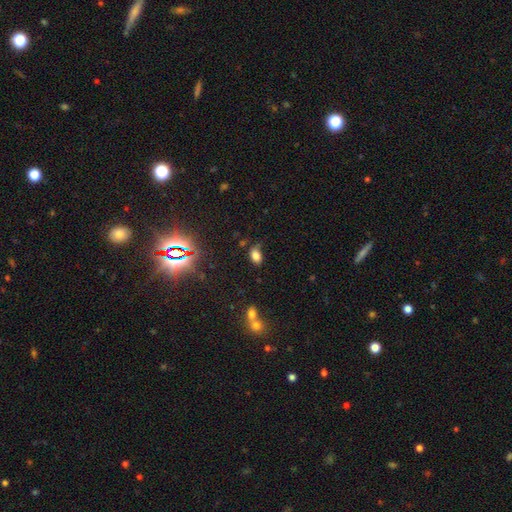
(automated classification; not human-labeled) Smooth or featured? Predicted: smooth (p=0.76). How rounded? Predicted: in between (p=0.86). Merging? Predicted: none (p=0.63).